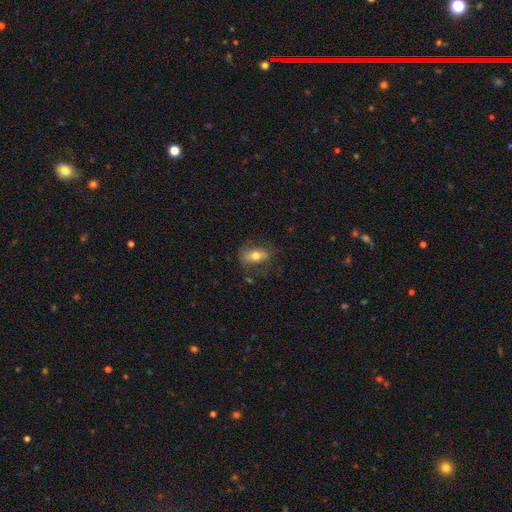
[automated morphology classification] Smooth or featured? Predicted: smooth (p=0.61). How rounded? Predicted: in between (p=0.84). Merging? Predicted: none (p=0.67).